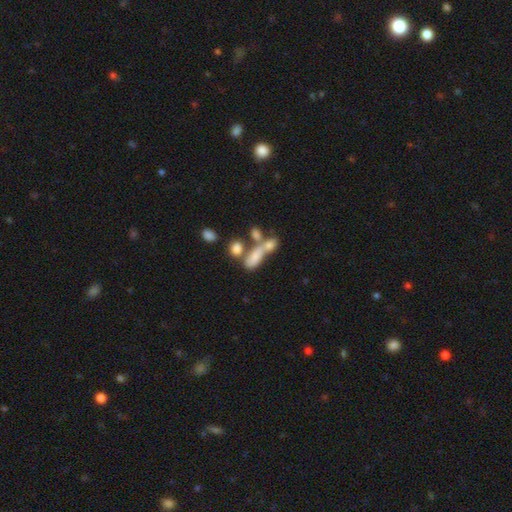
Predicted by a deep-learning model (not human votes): A smooth galaxy with no disk features (64%) that is in between round and cigar-shaped (69%).

Vote fractions:
- Smooth or featured? smooth: 64% / featured or disk: 25% / star or artifact: 12%
- How rounded? in between: 69% / cigar-shaped: 22% / round: 9%
- Merging? merger: 53% / none: 24% / major disturbance: 12% / minor disturbance: 11%